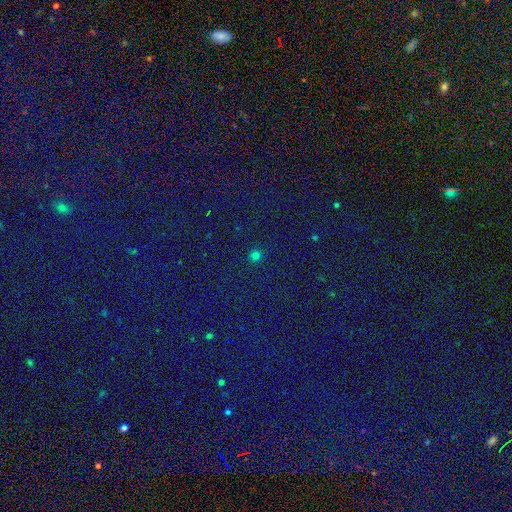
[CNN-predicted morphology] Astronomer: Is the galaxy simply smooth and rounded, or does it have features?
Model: smooth — 71%.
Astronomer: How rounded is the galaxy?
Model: round — 92%.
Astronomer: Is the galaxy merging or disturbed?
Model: none — 90%.